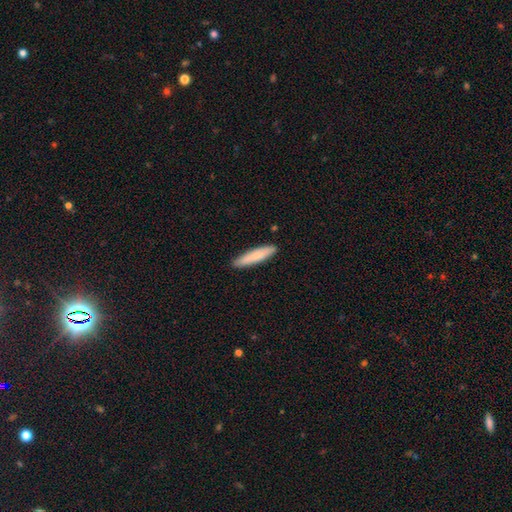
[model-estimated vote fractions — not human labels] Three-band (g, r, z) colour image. It shows a smooth galaxy with no disk features (80%) that is cigar-shaped (87%). Merging: none (90%).